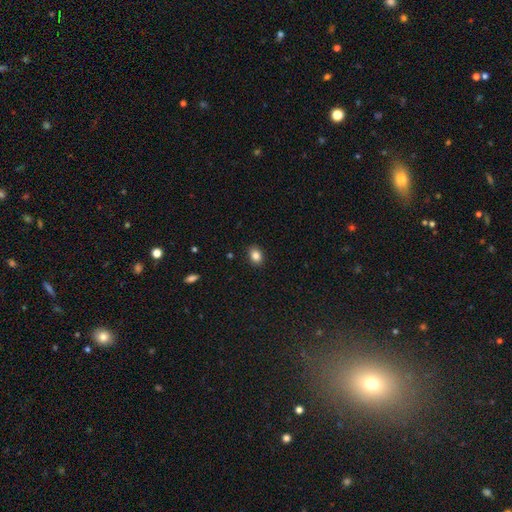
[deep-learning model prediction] A smooth galaxy with no disk features (85%) that is in between round and cigar-shaped (66%).

Vote fractions:
- Smooth or featured? smooth: 85% / star or artifact: 10% / featured or disk: 5%
- How rounded? in between: 66% / round: 33% / cigar-shaped: 1%
- Merging? none: 89% / minor disturbance: 8% / major disturbance: 2% / merger: 1%